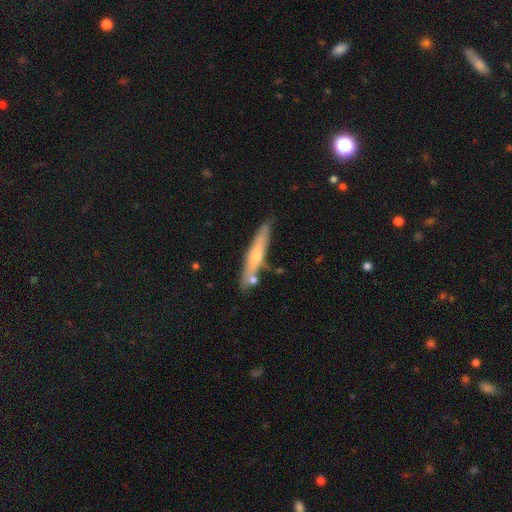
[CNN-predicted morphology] smooth_or_featured: featured or disk (p=0.49) [alt: smooth p=0.45]
merging: none (p=0.75) [alt: minor disturbance p=0.15]